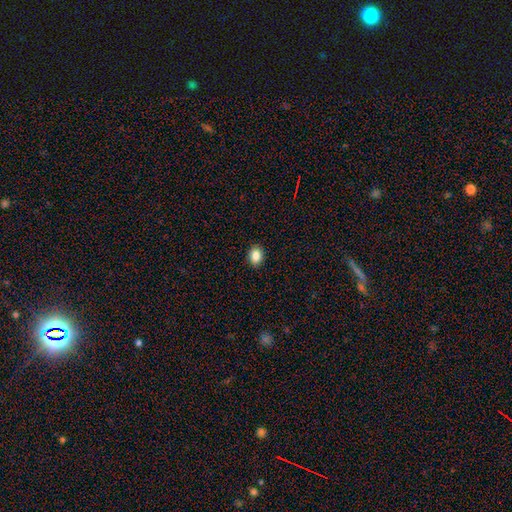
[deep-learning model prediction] A smooth galaxy with no disk features (86%) that is in between round and cigar-shaped (62%).

Vote fractions:
- Smooth or featured? smooth: 86% / star or artifact: 9% / featured or disk: 5%
- How rounded? in between: 62% / round: 37% / cigar-shaped: 1%
- Merging? none: 91% / minor disturbance: 7% / major disturbance: 2% / merger: 1%